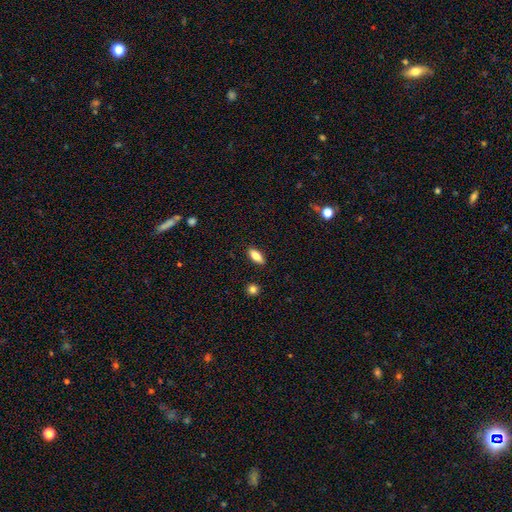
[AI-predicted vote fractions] This is likely a smooth galaxy (79%). How rounded: clearly in between (82%). Merging: clearly none (88%).